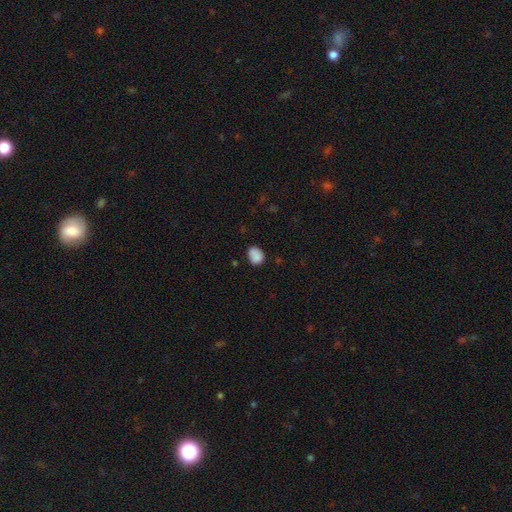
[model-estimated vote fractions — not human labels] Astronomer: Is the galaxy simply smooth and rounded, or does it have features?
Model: smooth — 84%.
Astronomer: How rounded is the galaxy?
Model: in between — 51% (runner-up: round, 48%).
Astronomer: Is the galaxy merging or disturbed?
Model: none — 65%.